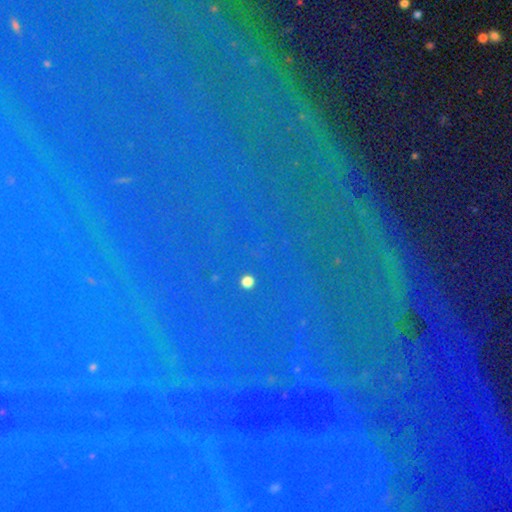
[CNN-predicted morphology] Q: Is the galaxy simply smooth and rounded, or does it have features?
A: star or artifact — 85%.